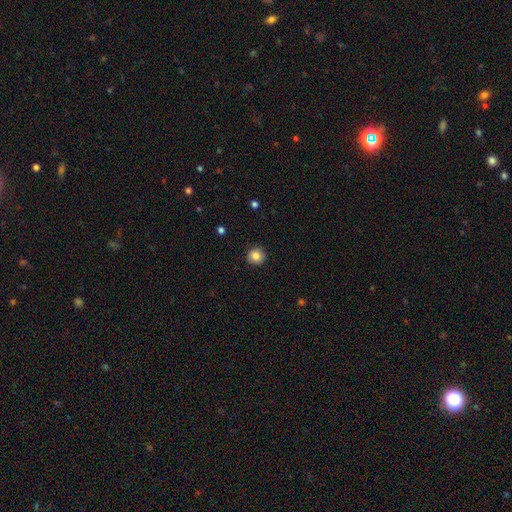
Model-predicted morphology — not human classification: smooth-or-featured: smooth: 85% | star or artifact: 9% | featured or disk: 6%
  how-rounded: round: 93% | in between: 6% | cigar-shaped: 1%
  merging: none: 91% | minor disturbance: 6% | major disturbance: 2% | merger: 1%